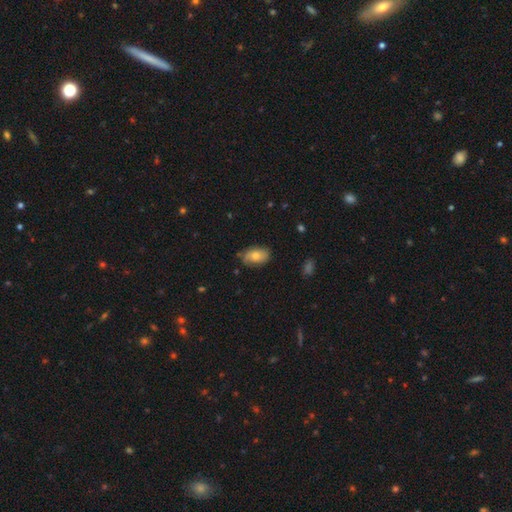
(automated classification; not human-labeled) A smooth galaxy with no disk features (61%) that is in between round and cigar-shaped (88%).

Vote fractions:
- Smooth or featured? smooth: 61% / featured or disk: 31% / star or artifact: 8%
- How rounded? in between: 88% / round: 10% / cigar-shaped: 2%
- Merging? none: 67% / minor disturbance: 25% / major disturbance: 6% / merger: 2%